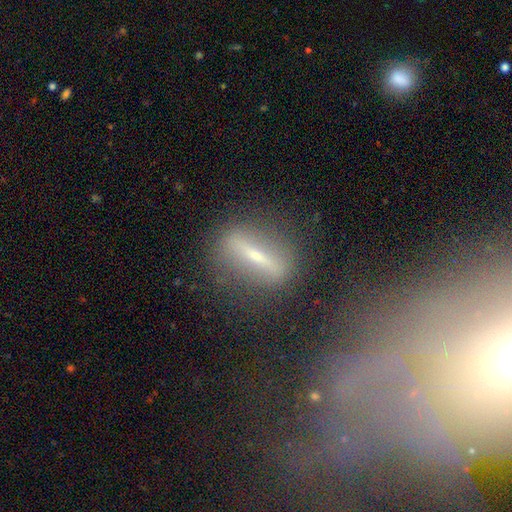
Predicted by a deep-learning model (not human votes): Smooth or featured? Predicted: featured or disk (p=0.65). Edge-on disk? Predicted: yes (p=0.68). Merging? Predicted: none (p=0.79).